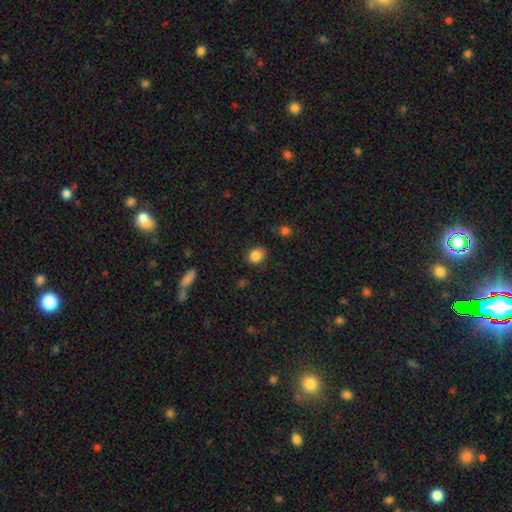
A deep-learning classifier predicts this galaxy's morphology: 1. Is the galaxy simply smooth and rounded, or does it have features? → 85% smooth, 10% star or artifact, 5% featured or disk.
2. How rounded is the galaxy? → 64% round, 35% in between, 1% cigar-shaped.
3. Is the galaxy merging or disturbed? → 79% none, 16% minor disturbance, 3% major disturbance, 2% merger.